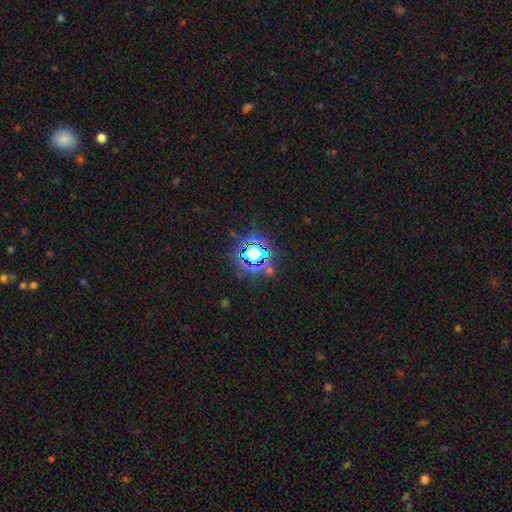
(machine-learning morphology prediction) Smooth or featured? star or artifact (72%)